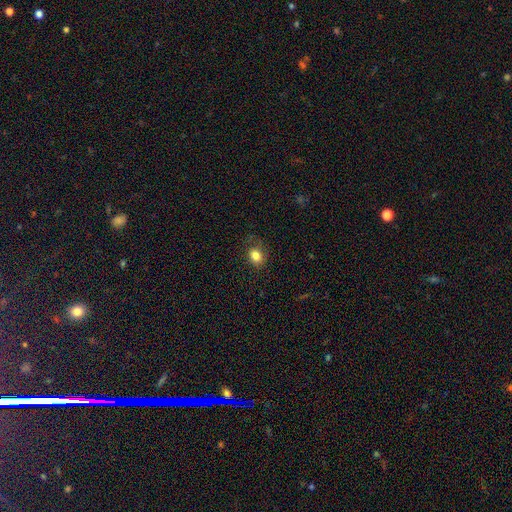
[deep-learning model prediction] Smooth or featured? smooth (82%)
How rounded? round (50%)
Merging? none (72%)